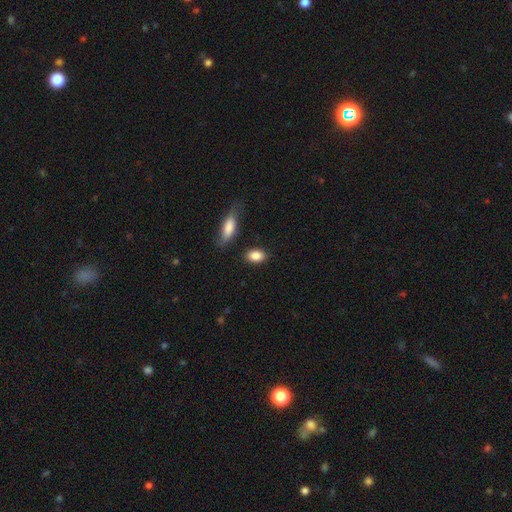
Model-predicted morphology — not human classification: Smooth or featured? Predicted: smooth (p=0.87). How rounded? Predicted: in between (p=0.86). Merging? Predicted: none (p=0.83).